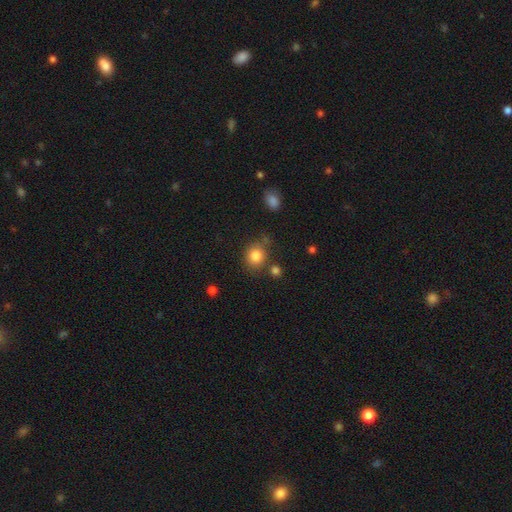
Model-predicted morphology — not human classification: A smooth galaxy with no disk features (84%) that is round (72%).

Vote fractions:
- Smooth or featured? smooth: 84% / star or artifact: 10% / featured or disk: 6%
- How rounded? round: 72% / in between: 27% / cigar-shaped: 1%
- Merging? none: 74% / minor disturbance: 13% / merger: 8% / major disturbance: 4%